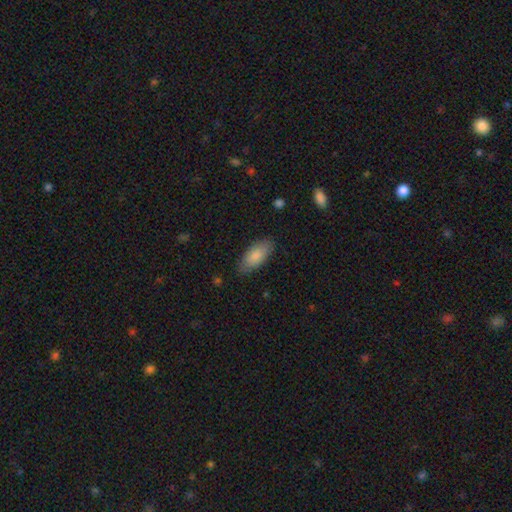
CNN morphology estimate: Q: Smooth or featured?
A: smooth (85%); runner-up: featured or disk (9%)
Q: How rounded?
A: in between (87%); runner-up: cigar-shaped (11%)
Q: Merging?
A: none (83%); runner-up: minor disturbance (13%)